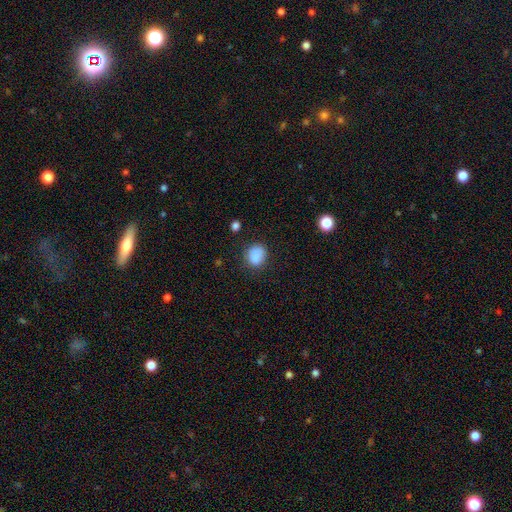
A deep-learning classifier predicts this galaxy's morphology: A smooth galaxy with no disk features (84%) that is round (66%).

Vote fractions:
- Smooth or featured? smooth: 84% / star or artifact: 10% / featured or disk: 6%
- How rounded? round: 66% / in between: 33% / cigar-shaped: 1%
- Merging? none: 70% / minor disturbance: 20% / major disturbance: 6% / merger: 4%